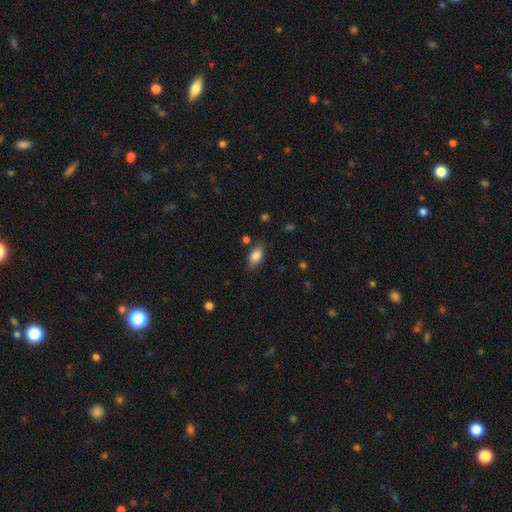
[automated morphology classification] type=smooth (81%); roundness=in between (88%); merging=none (77%).